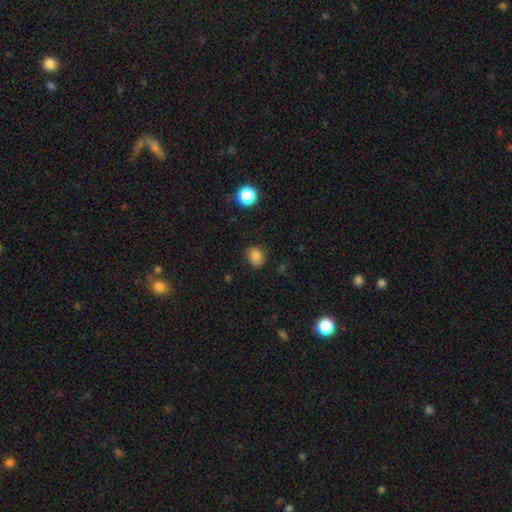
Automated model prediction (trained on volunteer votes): Q: Smooth or featured?
A: smooth (82%); runner-up: star or artifact (13%)
Q: How rounded?
A: round (62%); runner-up: in between (37%)
Q: Merging?
A: none (74%); runner-up: minor disturbance (20%)